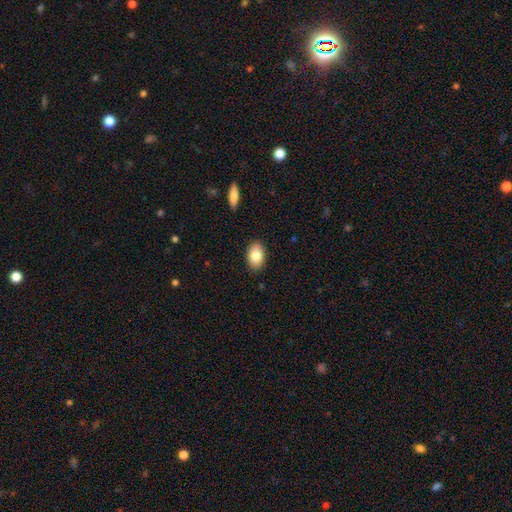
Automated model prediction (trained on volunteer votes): The model was most divided on "smooth or featured": smooth: 83%, featured or disk: 10%, star or artifact: 7%. More confident: merging — none (88%); how rounded — in between (87%).